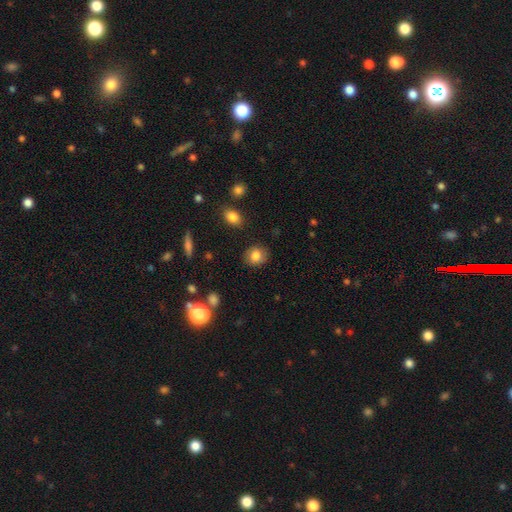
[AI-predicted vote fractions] Smooth or featured?
  - smooth: 81% *
  - featured or disk: 10%
  - star or artifact: 9%
How rounded?
  - round: 71% *
  - in between: 28%
  - cigar-shaped: 1%
Merging?
  - none: 86% *
  - minor disturbance: 10%
  - major disturbance: 3%
  - merger: 1%